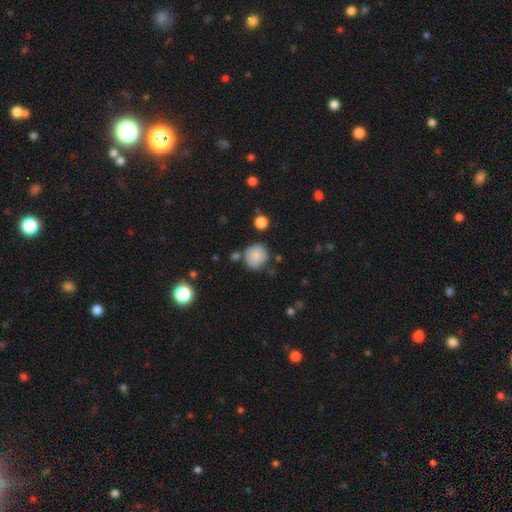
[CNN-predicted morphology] smooth 86%, star or artifact 9%, featured or disk 6%. Down the decision tree: how rounded — round (87%); merging — none (74%).